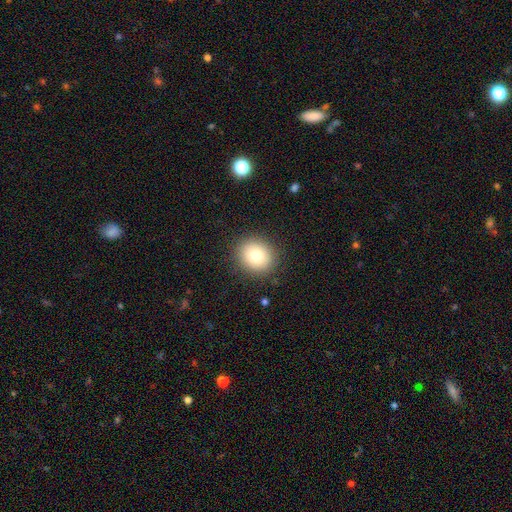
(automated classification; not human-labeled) smooth-or-featured: smooth: 80% | star or artifact: 10% | featured or disk: 10%
  how-rounded: round: 82% | in between: 17% | cigar-shaped: 1%
  merging: none: 89% | minor disturbance: 7% | major disturbance: 3% | merger: 1%